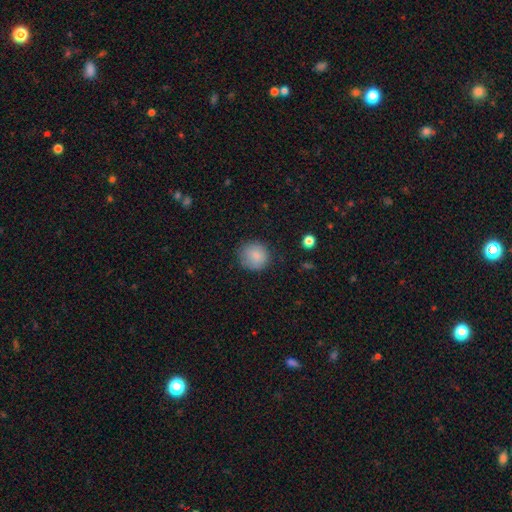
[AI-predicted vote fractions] This is clearly a smooth galaxy (86%). How rounded: clearly round (85%). Merging: likely none (79%).